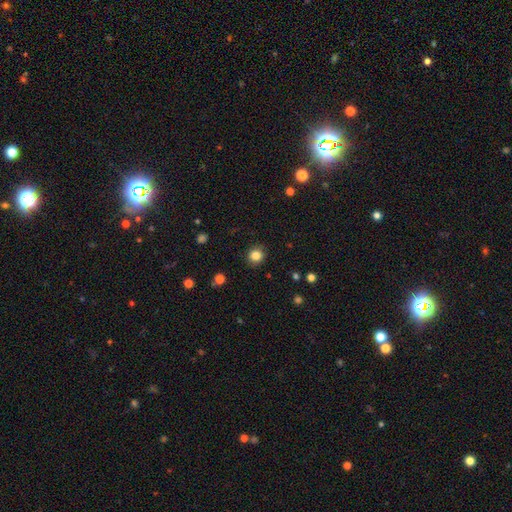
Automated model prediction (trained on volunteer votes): Morphology: type=smooth (84%); roundness=round (89%); merging=none (90%).